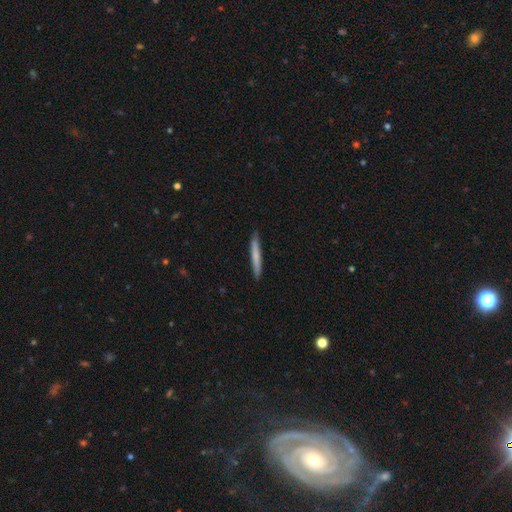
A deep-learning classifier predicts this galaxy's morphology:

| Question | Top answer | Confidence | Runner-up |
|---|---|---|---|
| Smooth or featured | smooth | 67% | featured or disk (28%) |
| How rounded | cigar-shaped | 96% | in between (2%) |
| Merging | none | 89% | minor disturbance (8%) |